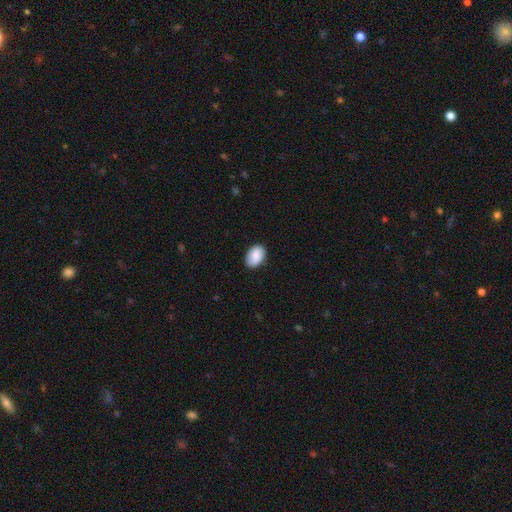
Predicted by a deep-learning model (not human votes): A smooth galaxy with no disk features (87%) that is in between round and cigar-shaped (88%).

Vote fractions:
- Smooth or featured? smooth: 87% / featured or disk: 7% / star or artifact: 6%
- How rounded? in between: 88% / round: 11% / cigar-shaped: 1%
- Merging? none: 85% / minor disturbance: 12% / major disturbance: 2% / merger: 1%